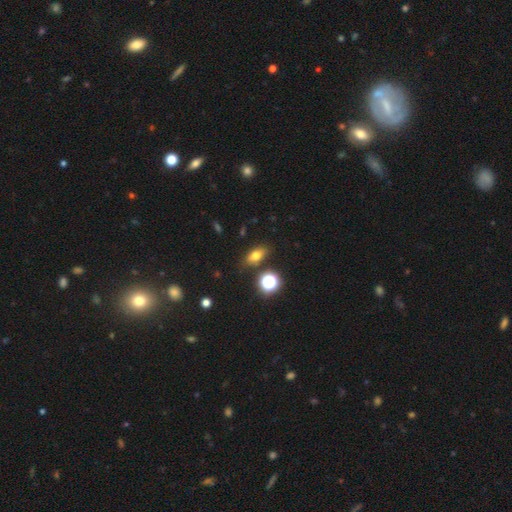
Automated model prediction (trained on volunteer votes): Overall: smooth (68%). How rounded: in between (73%). Merging: none (80%).